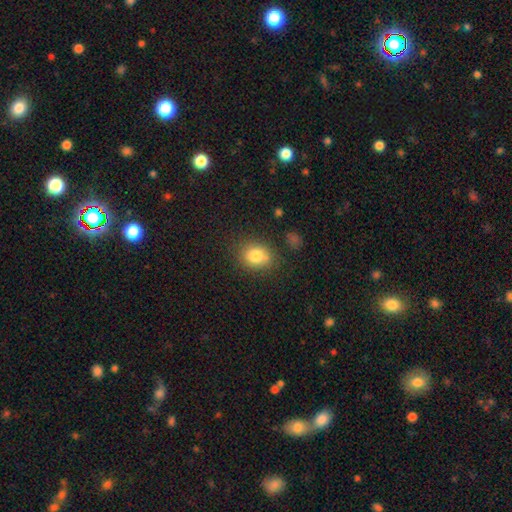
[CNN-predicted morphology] This appears to be a smooth galaxy with no disk features (81%) that is round (60%). Merging: none (74%).